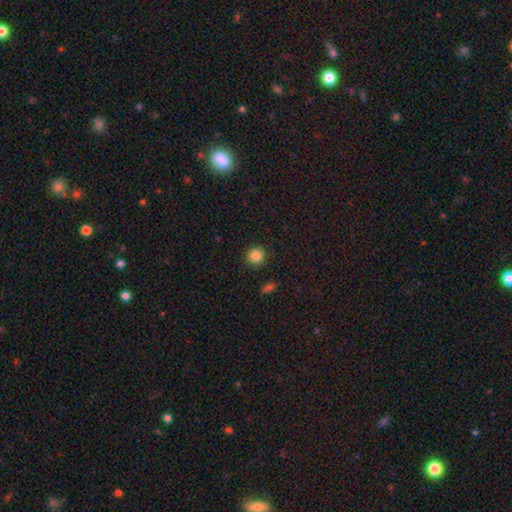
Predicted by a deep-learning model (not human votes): Overall: smooth (85%). How rounded: round (94%). Merging: none (90%).